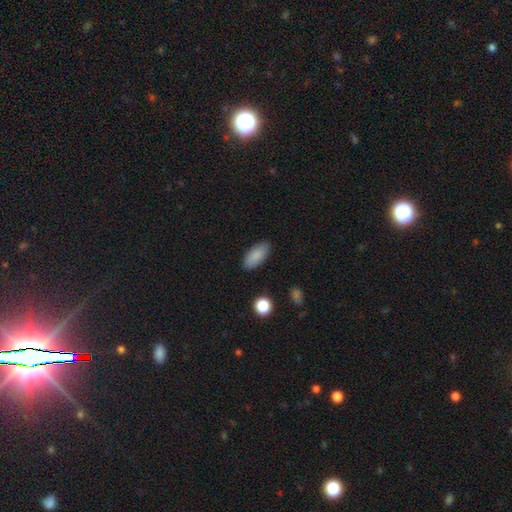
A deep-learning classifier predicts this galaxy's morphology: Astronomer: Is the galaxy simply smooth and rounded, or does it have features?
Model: smooth — 87%.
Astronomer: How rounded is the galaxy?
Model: in between — 88%.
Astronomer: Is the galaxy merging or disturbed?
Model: none — 86%.